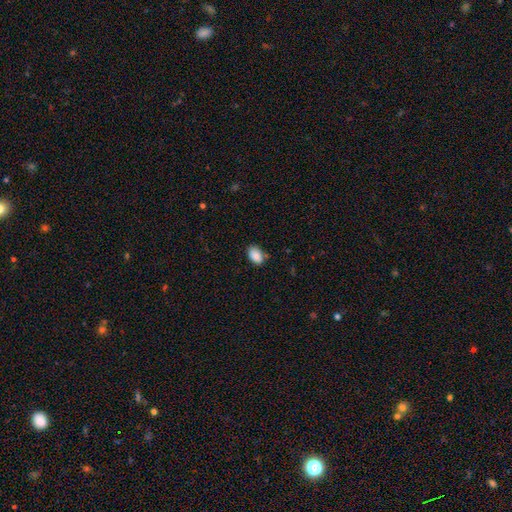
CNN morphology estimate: Smooth or featured?
  - smooth: 88% *
  - star or artifact: 8%
  - featured or disk: 4%
How rounded?
  - in between: 87% *
  - round: 12%
  - cigar-shaped: 1%
Merging?
  - none: 76% *
  - minor disturbance: 17%
  - merger: 4%
  - major disturbance: 3%